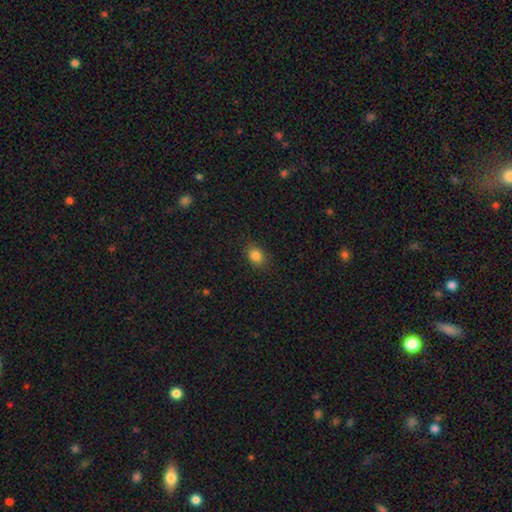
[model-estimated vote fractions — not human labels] This is clearly a smooth galaxy (83%). How rounded: likely in between (65%). Merging: clearly none (87%).